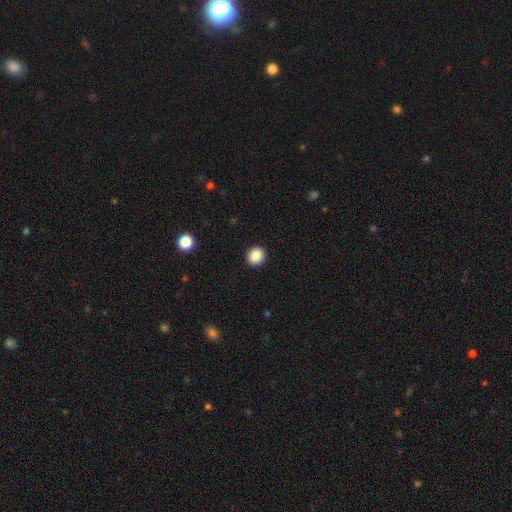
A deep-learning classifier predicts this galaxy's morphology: Overall: smooth (87%). How rounded: round (90%). Merging: none (93%).